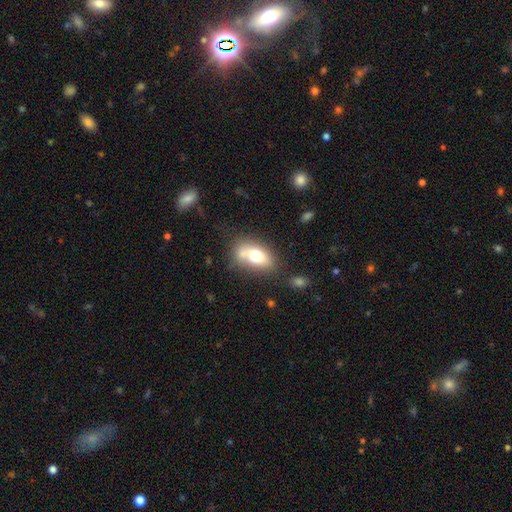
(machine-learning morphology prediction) type=smooth (67%); roundness=in between (83%); merging=none (53%).